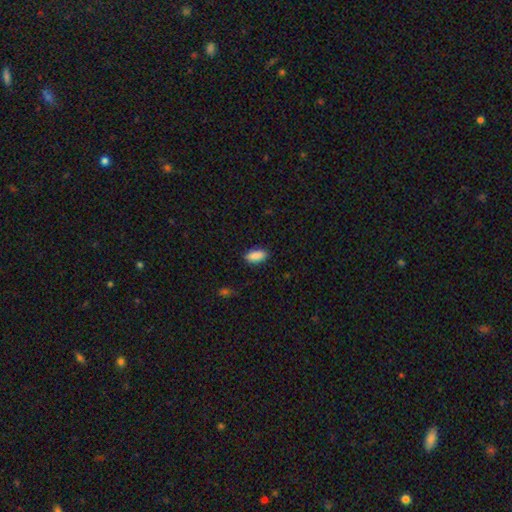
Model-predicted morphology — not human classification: Smooth or featured? smooth (90%)
How rounded? in between (88%)
Merging? none (86%)